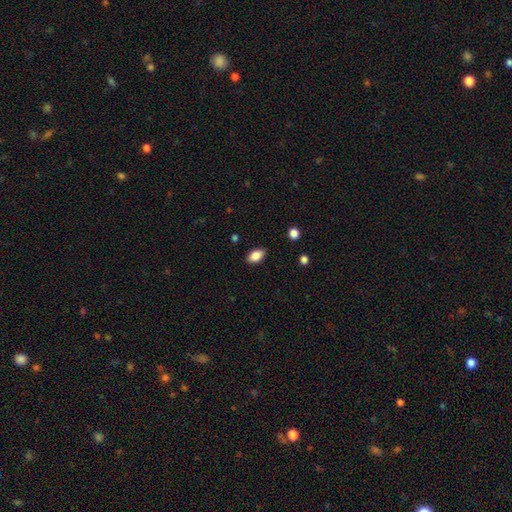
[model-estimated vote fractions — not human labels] Morphology: type=smooth (85%); roundness=in between (90%); merging=none (85%).